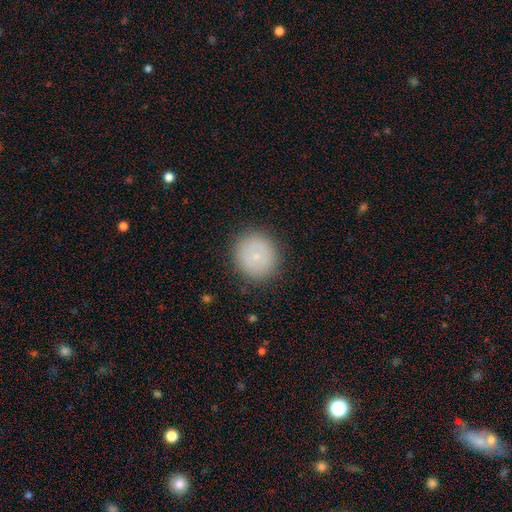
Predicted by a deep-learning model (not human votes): This appears to be a smooth galaxy with no disk features (74%) that is round (90%). Merging: none (88%).